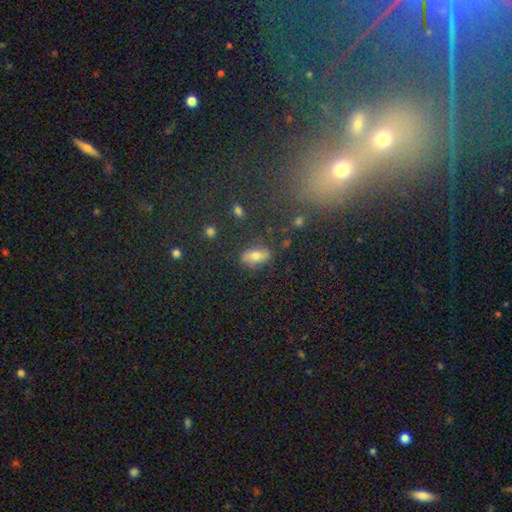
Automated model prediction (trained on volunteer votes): Smooth or featured: smooth — 64% (featured or disk — 20%)
How rounded: in between — 82% (round — 10%)
Merging: none — 73% (minor disturbance — 17%)